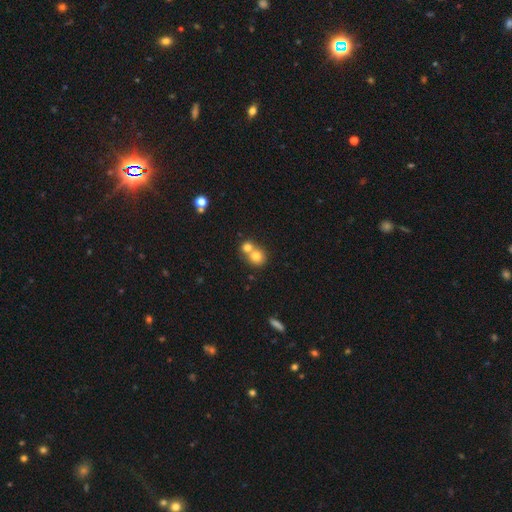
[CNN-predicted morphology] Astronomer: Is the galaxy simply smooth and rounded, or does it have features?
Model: smooth — 76%.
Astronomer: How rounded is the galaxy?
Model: round — 83%.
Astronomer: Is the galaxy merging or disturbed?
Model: merger — 59% (runner-up: none, 34%).